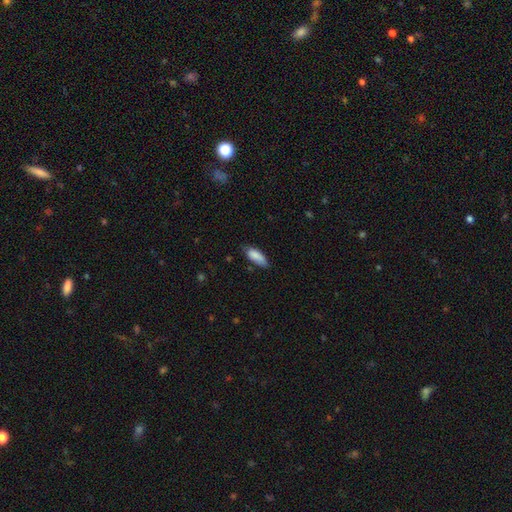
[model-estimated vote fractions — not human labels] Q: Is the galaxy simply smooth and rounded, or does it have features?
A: smooth — 85%.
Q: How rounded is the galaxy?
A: in between — 73%.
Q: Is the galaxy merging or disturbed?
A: none — 66%.